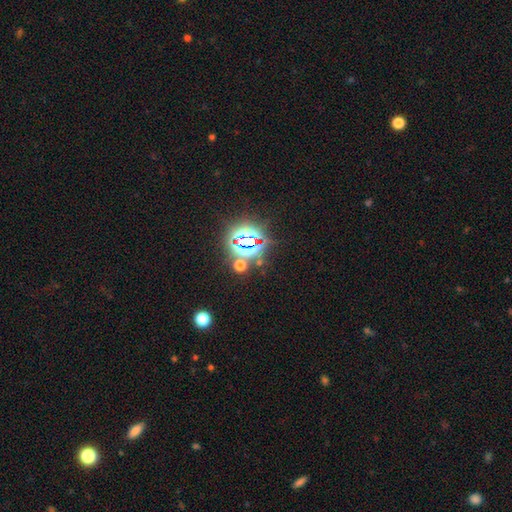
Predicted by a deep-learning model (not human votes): The model was most divided on "smooth or featured": star or artifact: 82%, smooth: 12%, featured or disk: 7%.